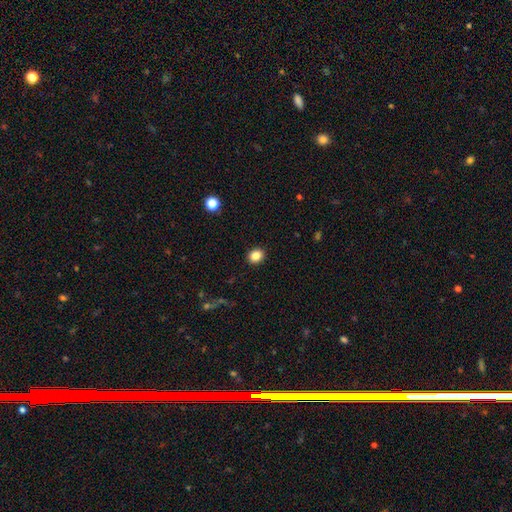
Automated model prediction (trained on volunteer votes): Smooth or featured?
  - smooth: 85% *
  - star or artifact: 10%
  - featured or disk: 4%
How rounded?
  - round: 67% *
  - in between: 32%
  - cigar-shaped: 1%
Merging?
  - none: 91% *
  - minor disturbance: 6%
  - major disturbance: 2%
  - merger: 1%